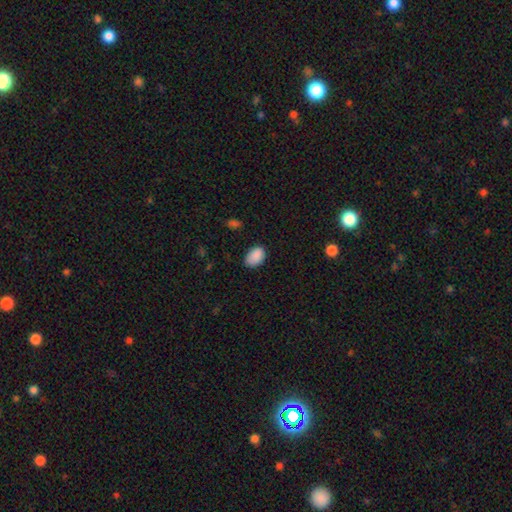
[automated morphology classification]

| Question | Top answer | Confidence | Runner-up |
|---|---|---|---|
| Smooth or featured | smooth | 89% | star or artifact (8%) |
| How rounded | in between | 86% | round (13%) |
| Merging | none | 75% | minor disturbance (20%) |